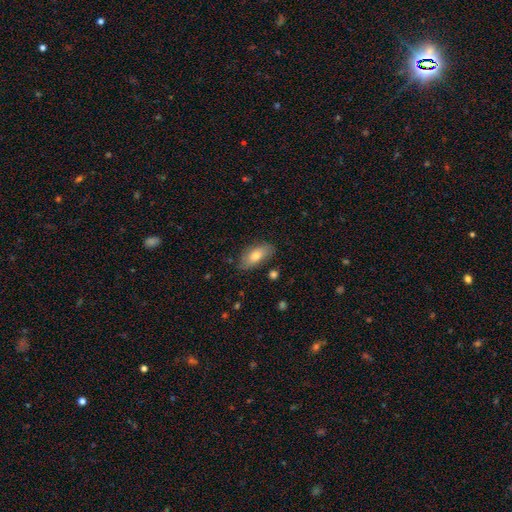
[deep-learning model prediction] Overall: smooth (75%). How rounded: in between (88%). Merging: none (79%).